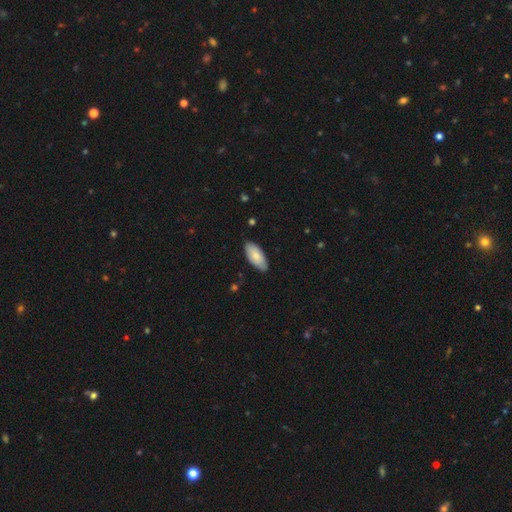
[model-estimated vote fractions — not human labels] smooth_or_featured: smooth (p=0.81) [alt: featured or disk p=0.14]
how_rounded: in between (p=0.91) [alt: cigar-shaped p=0.08]
merging: none (p=0.84) [alt: minor disturbance p=0.13]